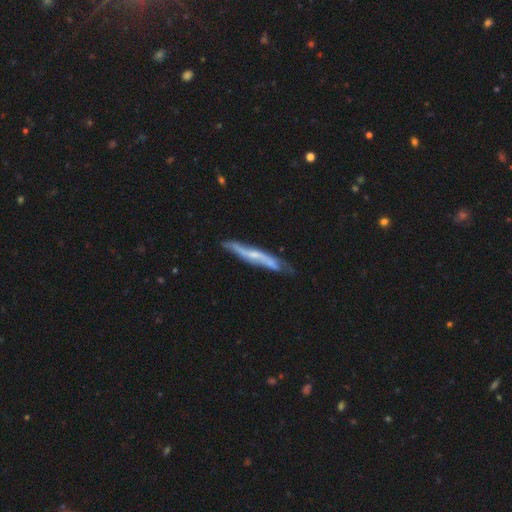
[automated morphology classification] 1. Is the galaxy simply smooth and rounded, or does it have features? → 71% featured or disk, 23% smooth, 6% star or artifact.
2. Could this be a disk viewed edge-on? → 72% yes, 28% no.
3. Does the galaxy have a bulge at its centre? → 50% rounded, 43% none, 7% boxy.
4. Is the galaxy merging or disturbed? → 72% none, 22% minor disturbance, 4% major disturbance, 2% merger.